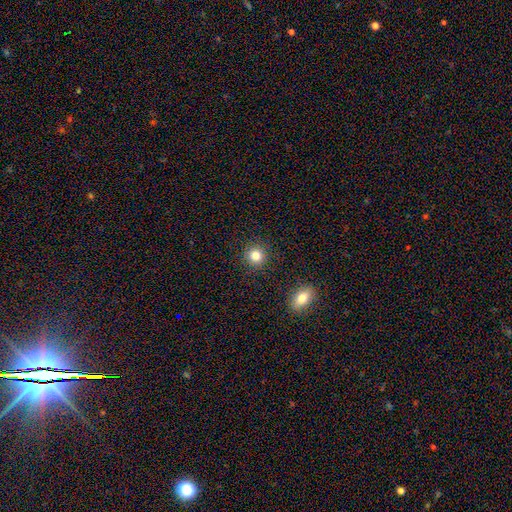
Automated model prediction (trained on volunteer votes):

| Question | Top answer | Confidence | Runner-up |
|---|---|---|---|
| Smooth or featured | smooth | 82% | star or artifact (12%) |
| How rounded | round | 92% | in between (7%) |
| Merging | none | 90% | minor disturbance (6%) |